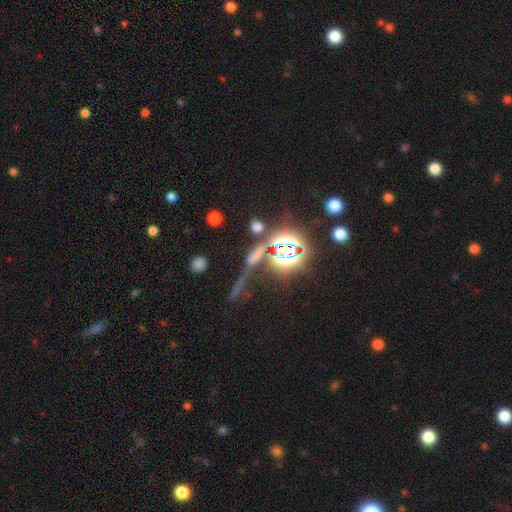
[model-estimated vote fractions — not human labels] The model was most divided on "smooth or featured": star or artifact: 55%, smooth: 30%, featured or disk: 15%.